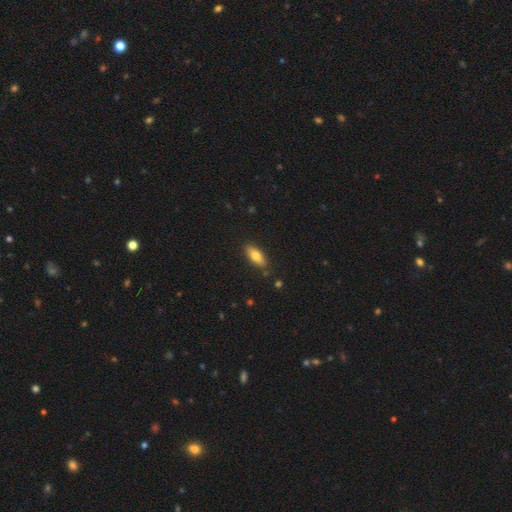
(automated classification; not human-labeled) The model was most divided on "how rounded": in between: 75%, cigar-shaped: 23%, round: 2%. More confident: merging — none (86%); smooth or featured — smooth (75%).